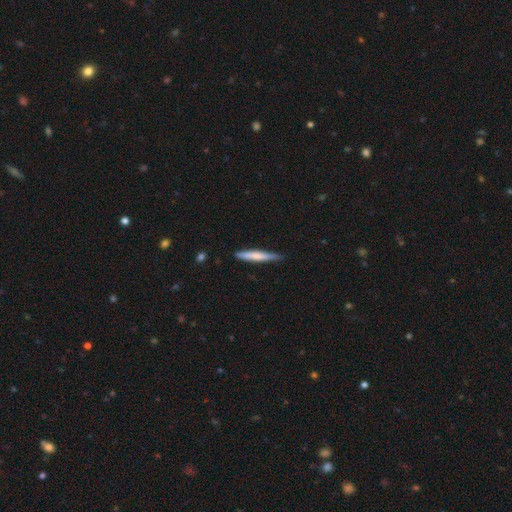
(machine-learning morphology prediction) smooth-or-featured: smooth: 65% | featured or disk: 30% | star or artifact: 5%
  how-rounded: cigar-shaped: 94% | in between: 5% | round: 1%
  merging: none: 80% | minor disturbance: 16% | major disturbance: 2% | merger: 2%